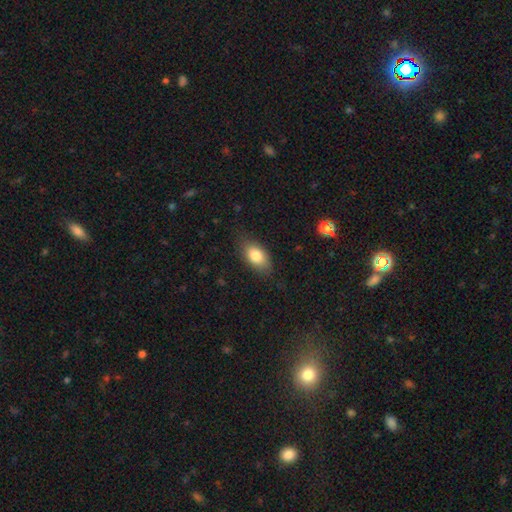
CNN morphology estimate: Overall: smooth (80%). How rounded: in between (89%). Merging: none (78%).